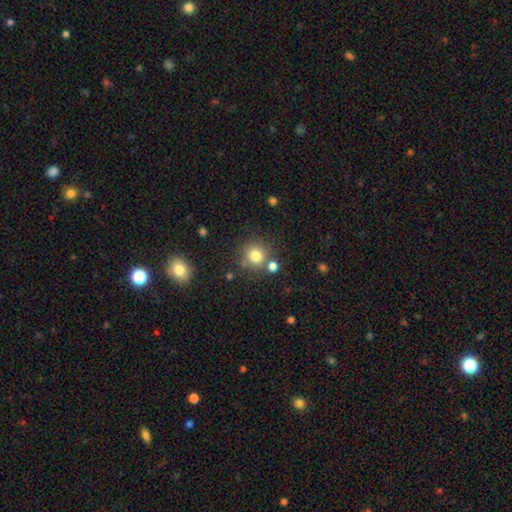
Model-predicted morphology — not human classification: A smooth galaxy with no disk features (79%) that is round (91%). Merging: none (74%).